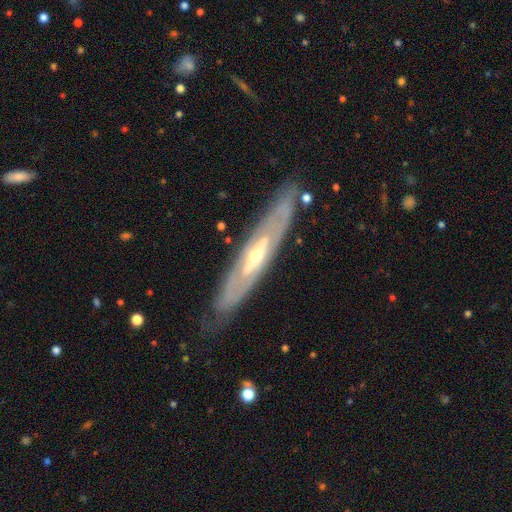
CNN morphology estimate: This is likely a featured or disk galaxy (78%). It is possibly not viewed edge-on (56%). Merging: clearly none (80%).